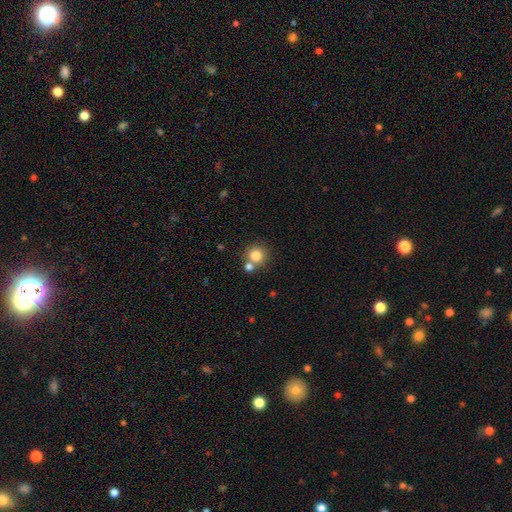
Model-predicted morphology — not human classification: Smooth or featured?
  - smooth: 81% *
  - star or artifact: 11%
  - featured or disk: 8%
How rounded?
  - round: 91% *
  - in between: 8%
  - cigar-shaped: 1%
Merging?
  - none: 63% *
  - merger: 25%
  - minor disturbance: 8%
  - major disturbance: 3%